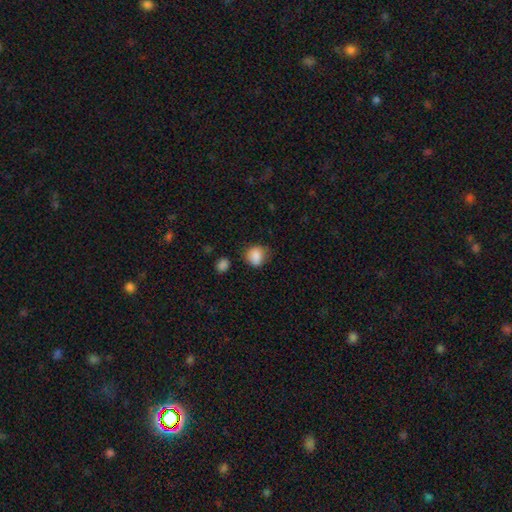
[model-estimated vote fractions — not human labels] This appears to be a smooth galaxy with no disk features (86%) that is round (67%). Merging: none (68%).